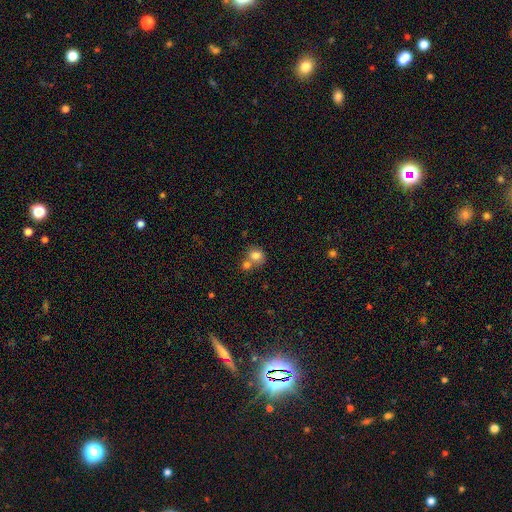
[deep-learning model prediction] Overall: smooth (79%). How rounded: round (81%). Merging: merger (46%; none 44%).